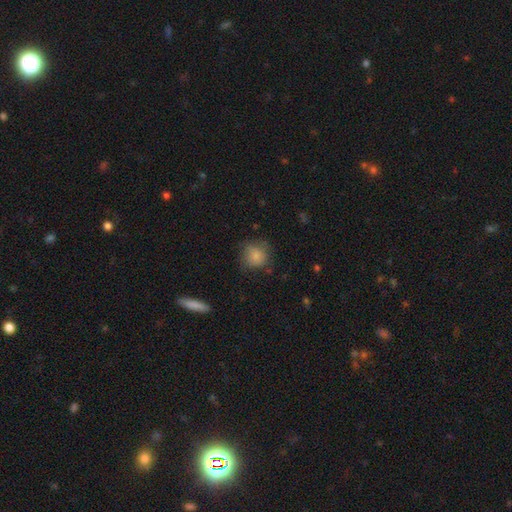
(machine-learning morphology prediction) This appears to be a smooth galaxy with no disk features (82%) that is round (85%). Merging: none (67%).